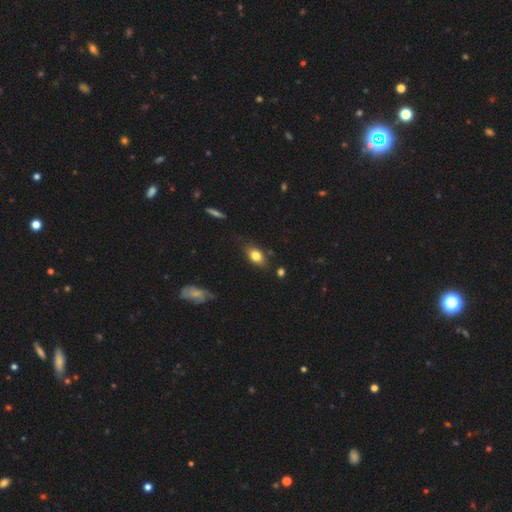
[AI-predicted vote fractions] Smooth or featured? smooth (80%)
How rounded? in between (81%)
Merging? none (74%)